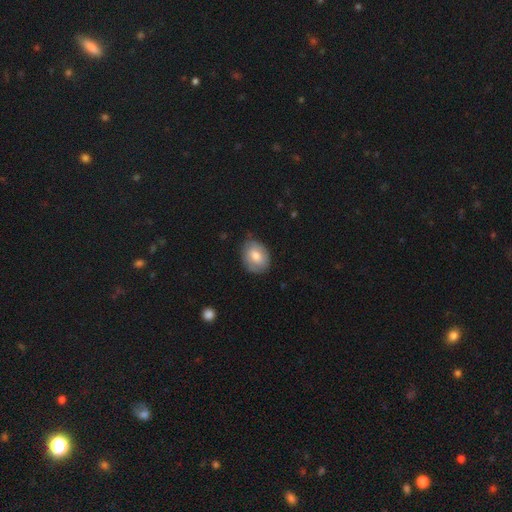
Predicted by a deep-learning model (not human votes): smooth 71%, featured or disk 22%, star or artifact 6%. Down the decision tree: how rounded — in between (61%); merging — none (71%).